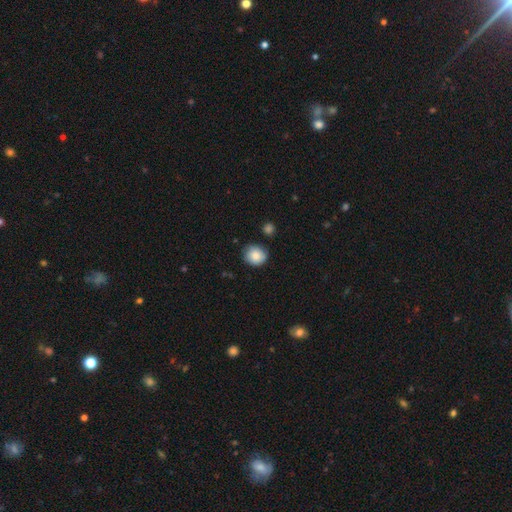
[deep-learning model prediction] A smooth galaxy with no disk features (87%) that is round (82%).

Vote fractions:
- Smooth or featured? smooth: 87% / star or artifact: 8% / featured or disk: 6%
- How rounded? round: 82% / in between: 18% / cigar-shaped: 1%
- Merging? none: 80% / minor disturbance: 15% / major disturbance: 3% / merger: 3%